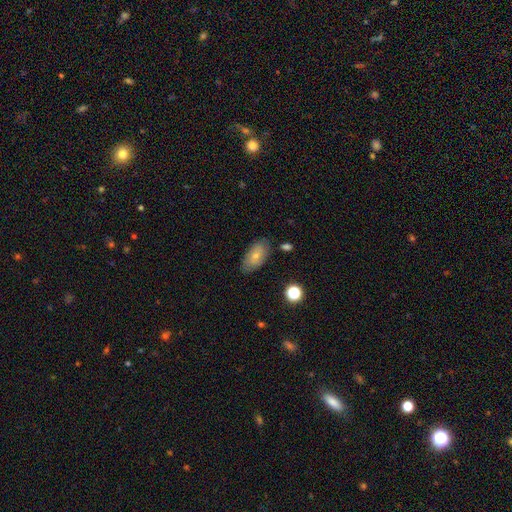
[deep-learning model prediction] smooth 71%, featured or disk 21%, star or artifact 8%. Down the decision tree: how rounded — in between (92%); merging — none (78%).